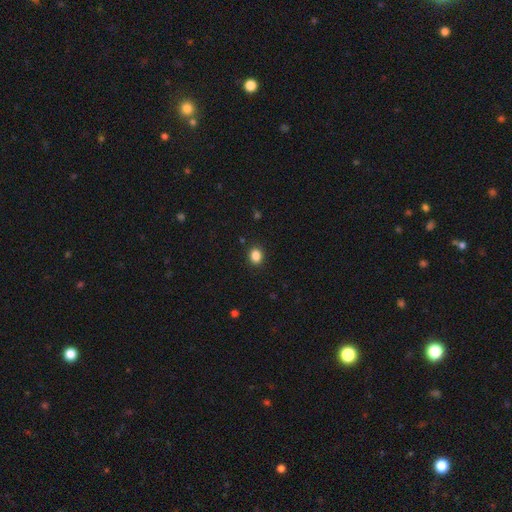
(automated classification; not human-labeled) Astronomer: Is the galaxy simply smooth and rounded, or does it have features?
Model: smooth — 86%.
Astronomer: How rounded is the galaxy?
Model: in between — 50% (runner-up: round, 49%).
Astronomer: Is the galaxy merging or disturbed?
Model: none — 90%.